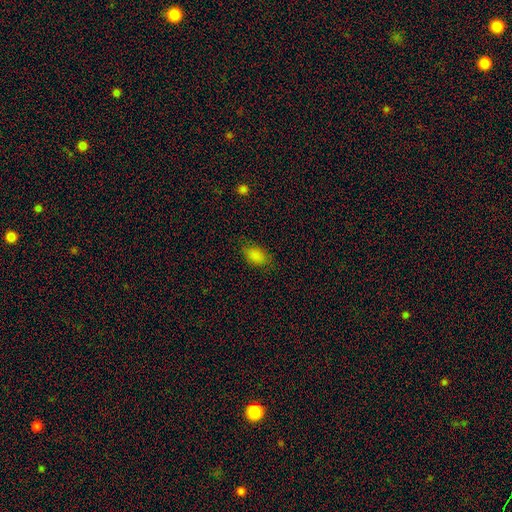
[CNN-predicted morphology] Overall: smooth (84%). How rounded: in between (90%). Merging: none (76%).